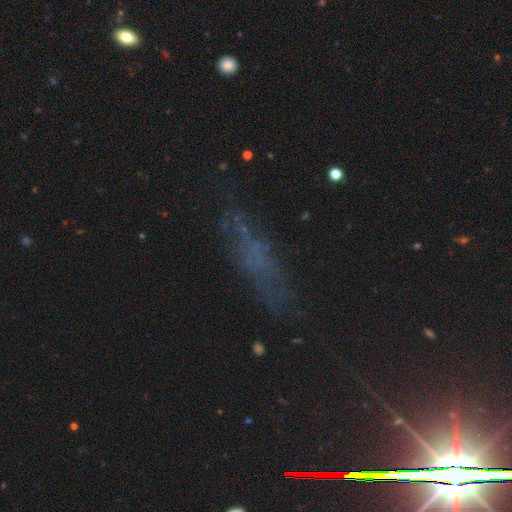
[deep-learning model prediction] Q: Smooth or featured?
A: smooth (38%); runner-up: featured or disk (33%)
Q: Merging?
A: none (64%); runner-up: minor disturbance (19%)